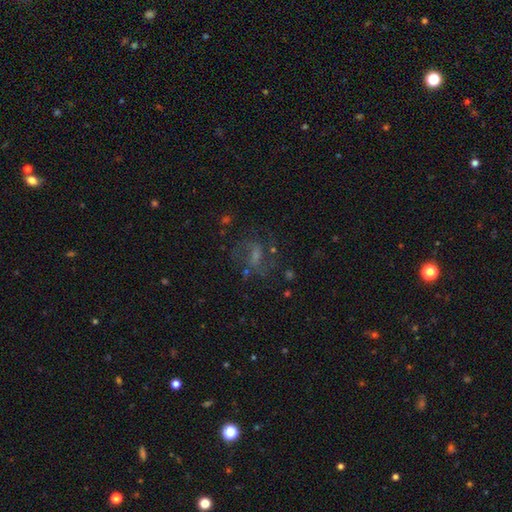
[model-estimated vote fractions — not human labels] Smooth or featured? featured or disk (56%)
Edge-on disk? no (96%)
Bar? weak (49%)
Spiral arms? yes (78%)
Bulge size? small (32%)
Merging? none (61%)